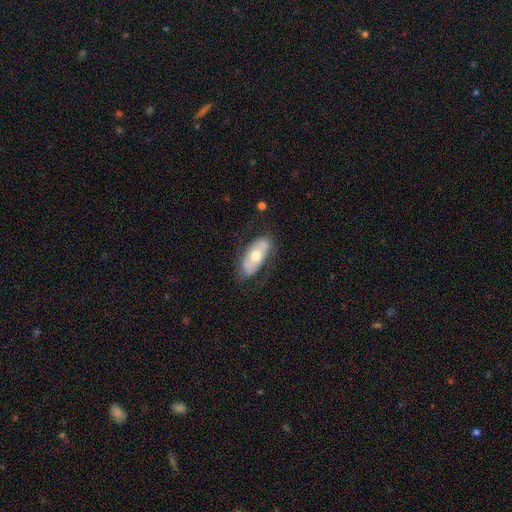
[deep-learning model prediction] Smooth or featured? Predicted: smooth (p=0.51). How rounded? Predicted: in between (p=0.87). Merging? Predicted: none (p=0.72).